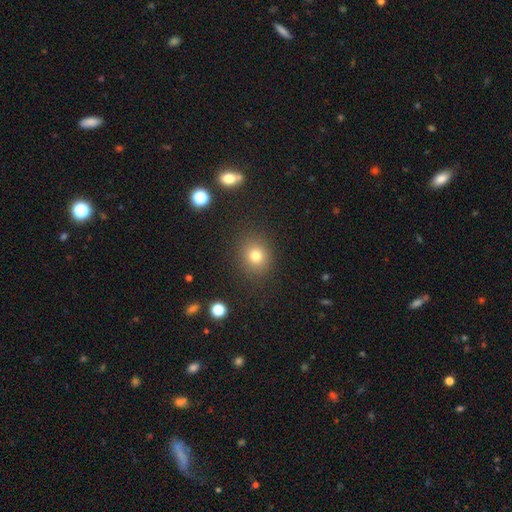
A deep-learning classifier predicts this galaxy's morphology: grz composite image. It shows a smooth galaxy with no disk features (78%) that is round (77%). Merging: none (86%).